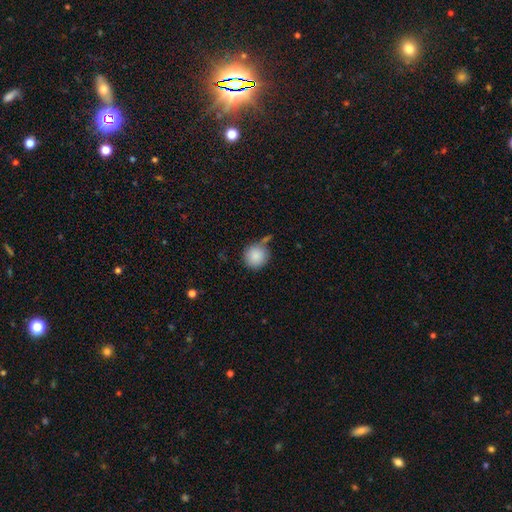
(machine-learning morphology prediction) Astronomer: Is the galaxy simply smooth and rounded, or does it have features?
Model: smooth — 88%.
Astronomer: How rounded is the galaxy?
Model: round — 92%.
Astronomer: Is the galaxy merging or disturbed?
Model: none — 64%.